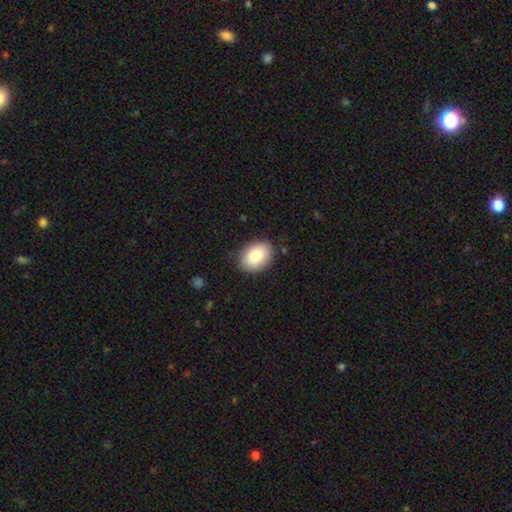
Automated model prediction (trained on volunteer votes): smooth-or-featured: smooth: 84% | featured or disk: 9% | star or artifact: 7%
  how-rounded: in between: 79% | round: 20% | cigar-shaped: 1%
  merging: none: 84% | minor disturbance: 12% | major disturbance: 3% | merger: 1%